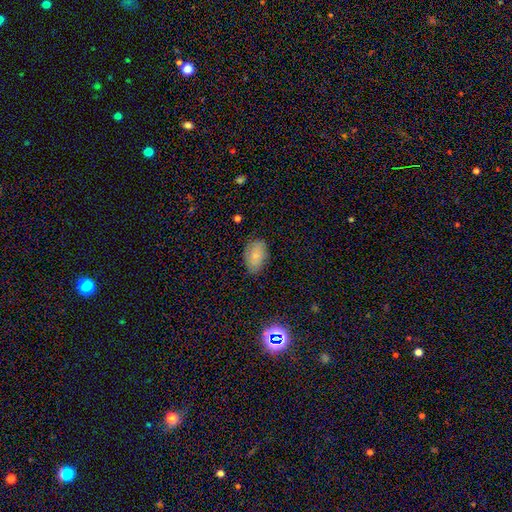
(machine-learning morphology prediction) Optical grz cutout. It shows a smooth galaxy with no disk features (74%) that is in between round and cigar-shaped (89%). Merging: none (79%).